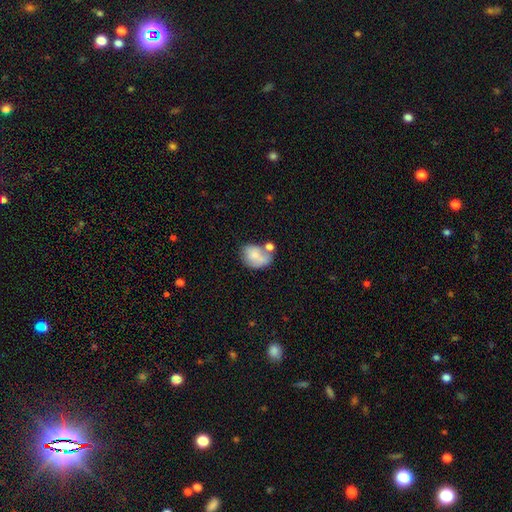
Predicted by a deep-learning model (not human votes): This is likely a smooth galaxy (70%). How rounded: likely in between (70%). Merging: marginally merger (33%).